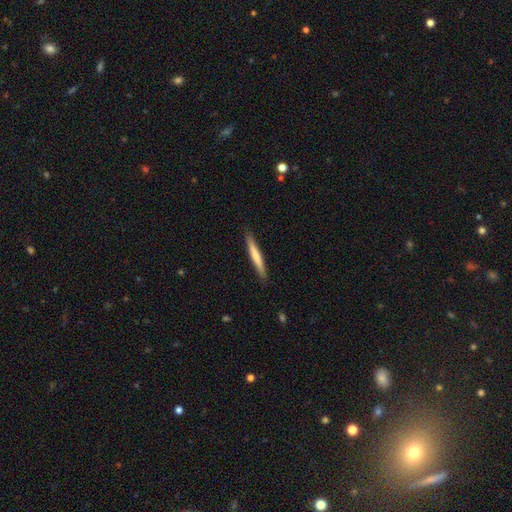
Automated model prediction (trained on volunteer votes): Morphology: type=smooth (65%); roundness=cigar-shaped (96%); merging=none (89%).